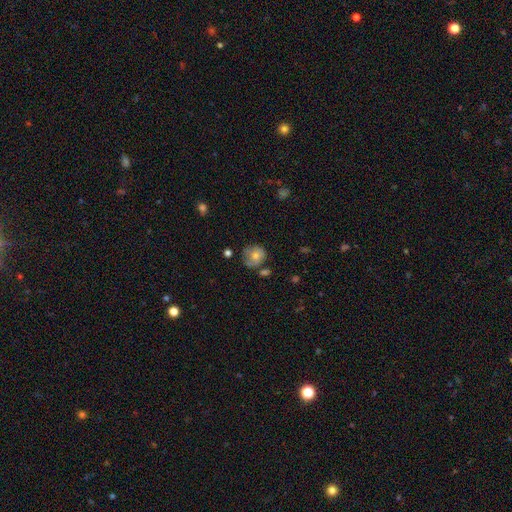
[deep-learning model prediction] This appears to be a smooth galaxy with no disk features (61%) that is round (75%). Merging: none (50%).